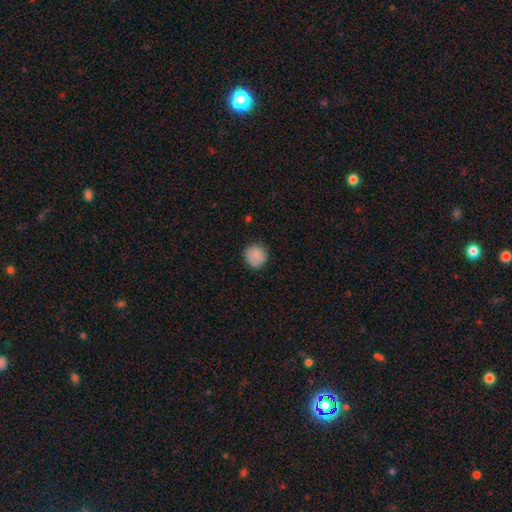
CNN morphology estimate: This appears to be a smooth galaxy with no disk features (86%) that is round (90%). Merging: none (83%).